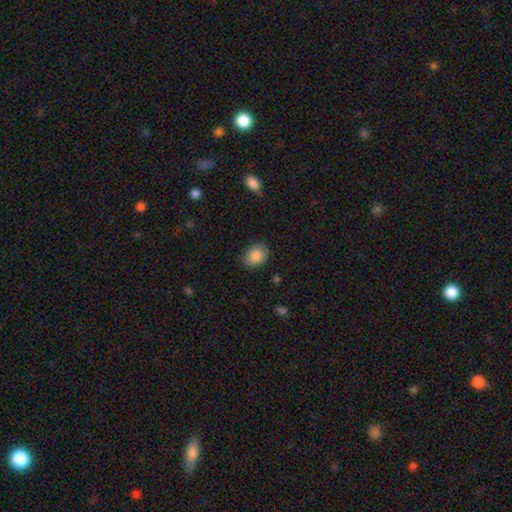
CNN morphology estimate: Smooth or featured: smooth — 87% (star or artifact — 8%)
How rounded: in between — 61% (round — 38%)
Merging: none — 80% (minor disturbance — 15%)